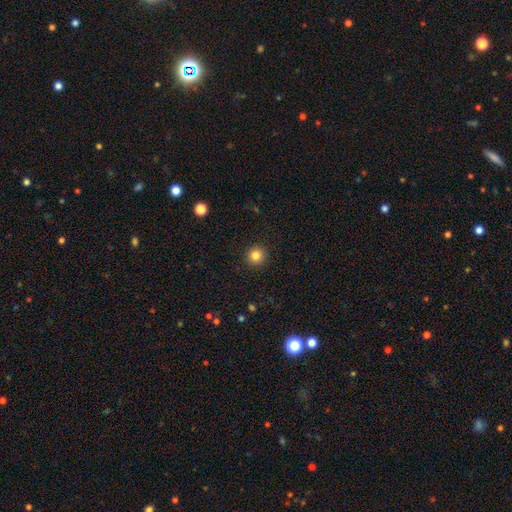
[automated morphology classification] Smooth or featured? smooth (83%)
How rounded? round (95%)
Merging? none (93%)